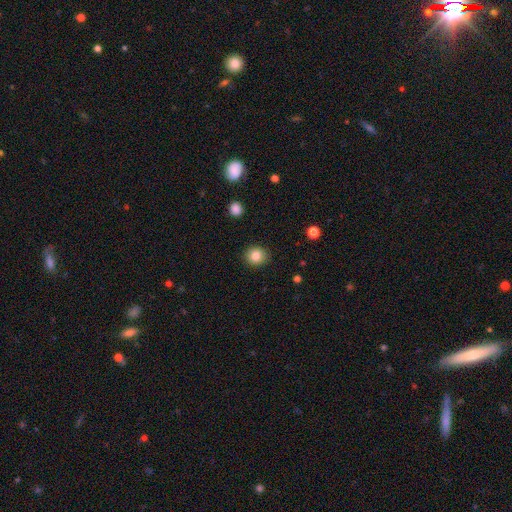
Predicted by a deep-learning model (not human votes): A smooth galaxy with no disk features (83%) that is round (83%).

Vote fractions:
- Smooth or featured? smooth: 83% / star or artifact: 10% / featured or disk: 6%
- How rounded? round: 83% / in between: 16% / cigar-shaped: 1%
- Merging? none: 90% / minor disturbance: 7% / major disturbance: 2% / merger: 1%